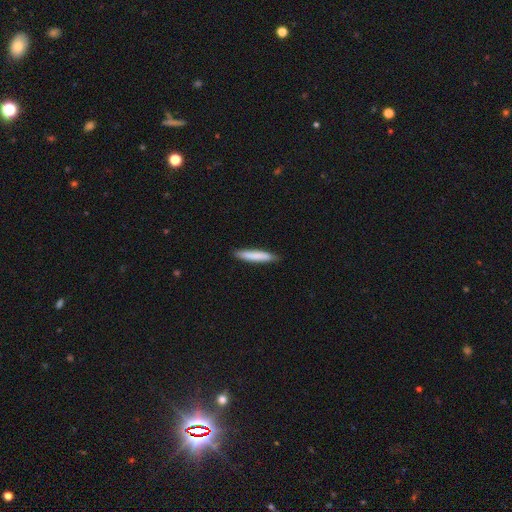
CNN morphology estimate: The model was most divided on "smooth or featured": smooth: 80%, featured or disk: 15%, star or artifact: 5%. More confident: how rounded — cigar-shaped (92%); merging — none (87%).